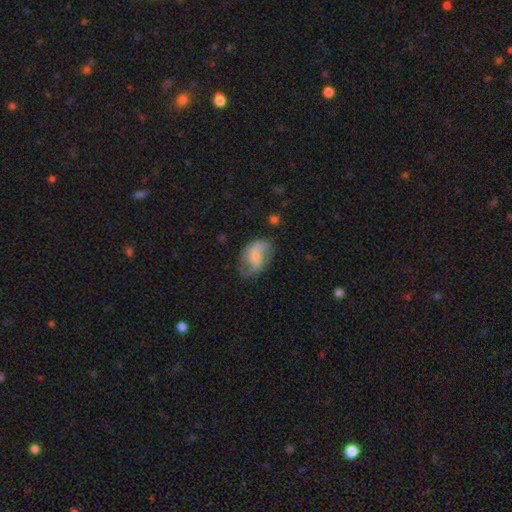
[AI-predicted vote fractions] Q: Smooth or featured?
A: featured or disk (62%); runner-up: smooth (30%)
Q: Edge-on disk?
A: no (97%); runner-up: yes (3%)
Q: Bar?
A: no (44%); runner-up: weak (43%)
Q: Spiral arms?
A: yes (85%); runner-up: no (15%)
Q: Spiral winding?
A: loose (51%); runner-up: medium (37%)
Q: Spiral arm count?
A: 2 (80%); runner-up: can't tell (10%)
Q: Bulge size?
A: small (52%); runner-up: moderate (32%)
Q: Merging?
A: none (58%); runner-up: minor disturbance (25%)